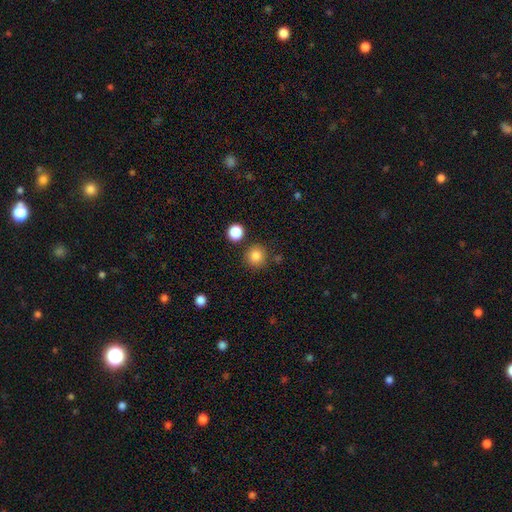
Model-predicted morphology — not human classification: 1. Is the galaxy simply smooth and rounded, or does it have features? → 85% smooth, 11% star or artifact, 4% featured or disk.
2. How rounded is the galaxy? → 92% round, 7% in between, 1% cigar-shaped.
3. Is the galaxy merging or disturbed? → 83% none, 8% minor disturbance, 5% merger, 3% major disturbance.